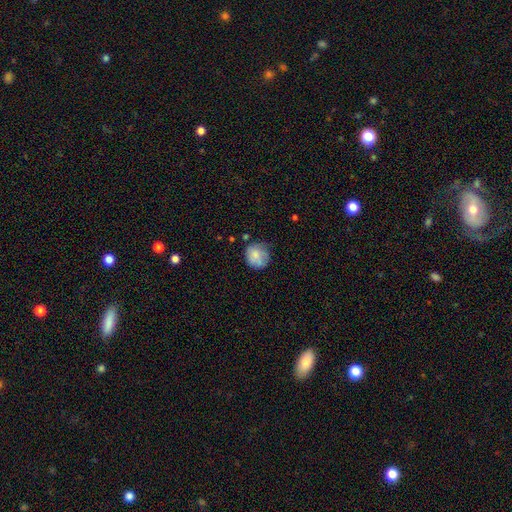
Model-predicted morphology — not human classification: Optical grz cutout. It shows a smooth galaxy with no disk features (72%) that is round (81%). Merging: none (57%).